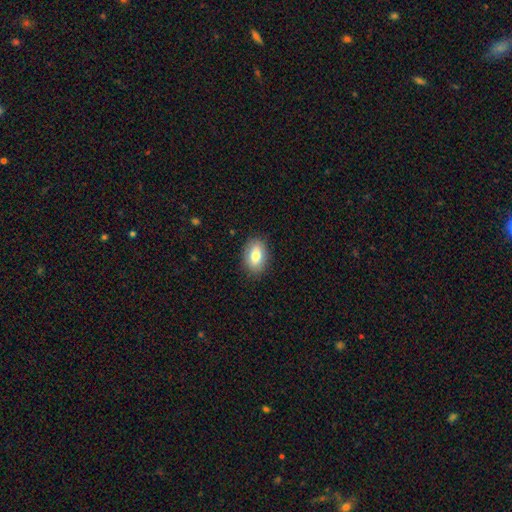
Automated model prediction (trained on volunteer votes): Smooth or featured? Predicted: smooth (p=0.77). How rounded? Predicted: in between (p=0.85). Merging? Predicted: none (p=0.87).